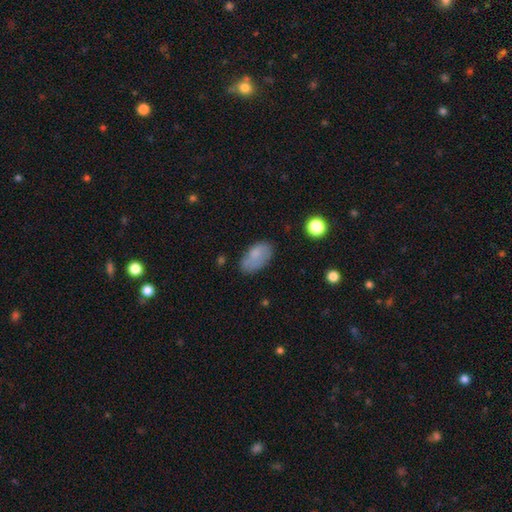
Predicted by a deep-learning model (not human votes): A smooth galaxy with no disk features (76%) that is in between round and cigar-shaped (93%).

Vote fractions:
- Smooth or featured? smooth: 76% / featured or disk: 16% / star or artifact: 8%
- How rounded? in between: 93% / round: 4% / cigar-shaped: 3%
- Merging? none: 67% / minor disturbance: 24% / major disturbance: 7% / merger: 2%